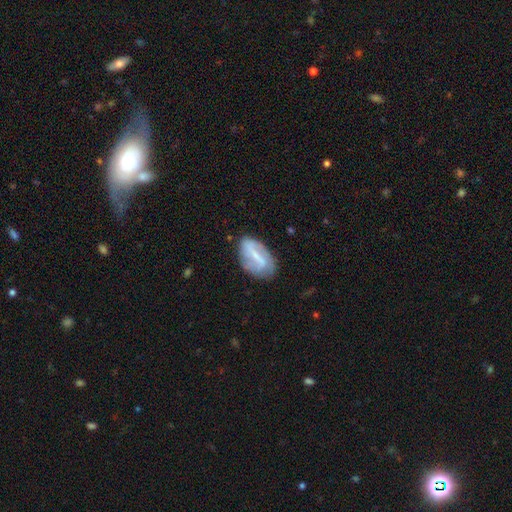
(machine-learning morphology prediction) A featured or disk galaxy (63%) with a strong bar (55%), spiral arms (70%) and a small central bulge (46%).

Vote fractions:
- Smooth or featured? featured or disk: 63% / smooth: 30% / star or artifact: 7%
- Edge-on disk? no: 94% / yes: 6%
- Bar? strong: 55% / weak: 34% / no: 11%
- Spiral arms? yes: 70% / no: 30%
- Bulge size? small: 46% / none: 29% / moderate: 21% / large: 3% / dominant: 1%
- Merging? none: 72% / minor disturbance: 20% / major disturbance: 6% / merger: 2%